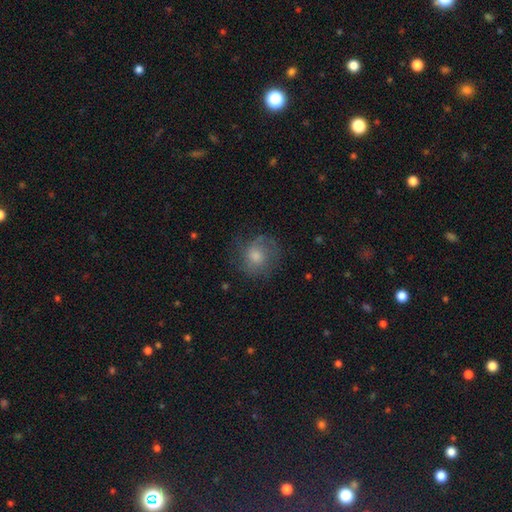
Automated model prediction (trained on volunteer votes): Morphology: type=smooth (44%); merging=none (71%).